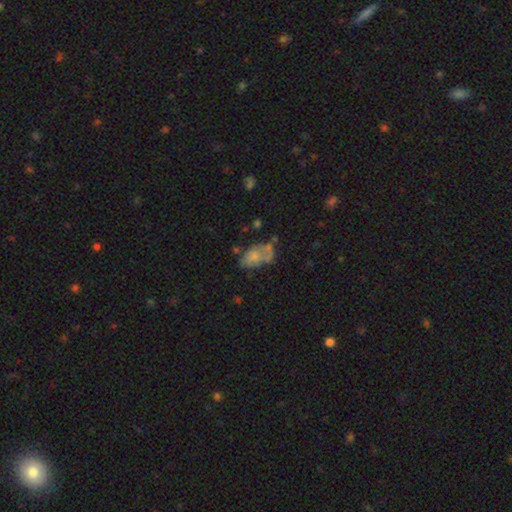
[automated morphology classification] smooth-or-featured: smooth: 58% | featured or disk: 32% | star or artifact: 10%
  how-rounded: in between: 89% | round: 9% | cigar-shaped: 2%
  merging: none: 36% | minor disturbance: 29% | major disturbance: 23% | merger: 11%